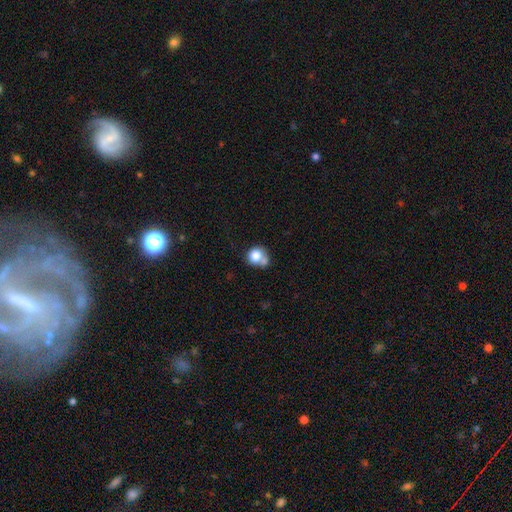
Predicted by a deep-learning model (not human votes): smooth 78%, featured or disk 12%, star or artifact 10%. Down the decision tree: how rounded — round (77%); merging — none (39%).